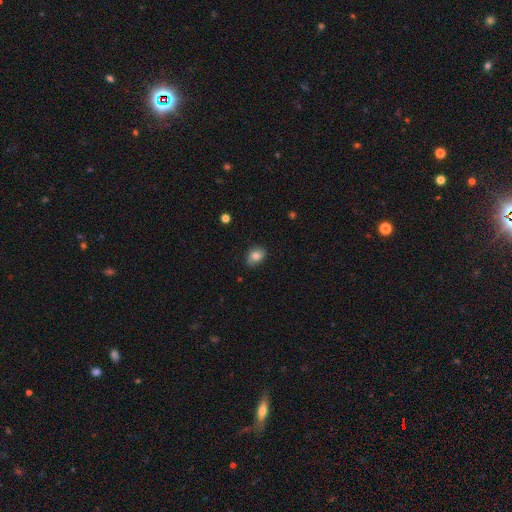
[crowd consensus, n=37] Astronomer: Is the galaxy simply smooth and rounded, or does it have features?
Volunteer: smooth — 78%.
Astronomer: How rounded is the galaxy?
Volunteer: in between — 66%.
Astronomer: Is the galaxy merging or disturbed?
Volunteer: none — 78%.